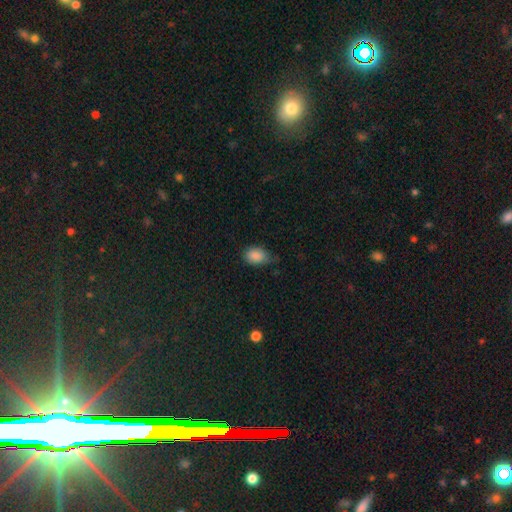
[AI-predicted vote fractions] smooth-or-featured: smooth: 87% | star or artifact: 9% | featured or disk: 4%
  how-rounded: in between: 79% | round: 19% | cigar-shaped: 1%
  merging: none: 58% | minor disturbance: 34% | major disturbance: 6% | merger: 2%